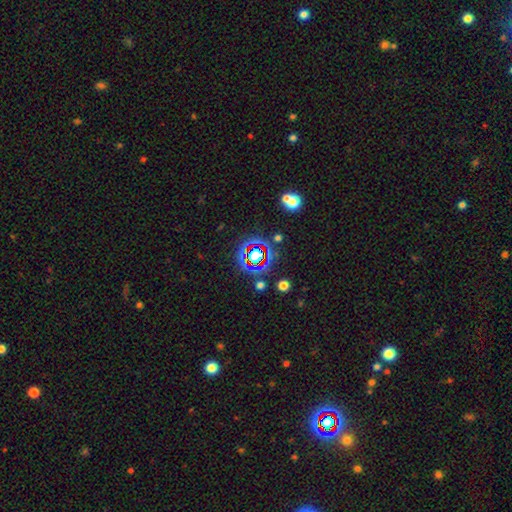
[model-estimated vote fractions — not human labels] smooth-or-featured: star or artifact: 59% | smooth: 26% | featured or disk: 14%